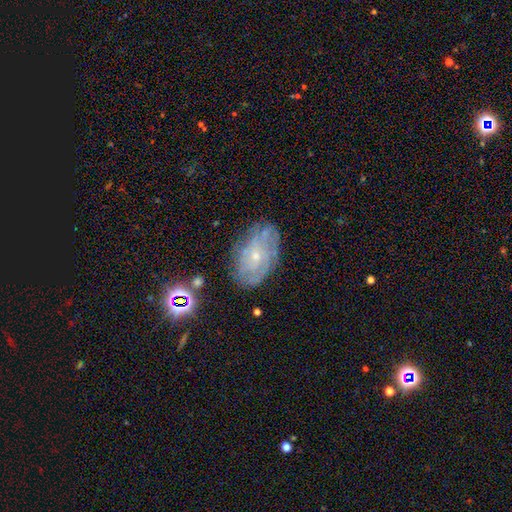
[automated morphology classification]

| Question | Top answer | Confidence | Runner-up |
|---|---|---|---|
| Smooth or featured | featured or disk | 70% | smooth (19%) |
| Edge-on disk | no | 95% | yes (5%) |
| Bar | no | 78% | weak (18%) |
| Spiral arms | yes | 81% | no (19%) |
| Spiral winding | tight | 65% | medium (26%) |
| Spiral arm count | can't tell | 58% | 2 (12%) |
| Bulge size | small | 76% | moderate (20%) |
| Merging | none | 71% | minor disturbance (19%) |